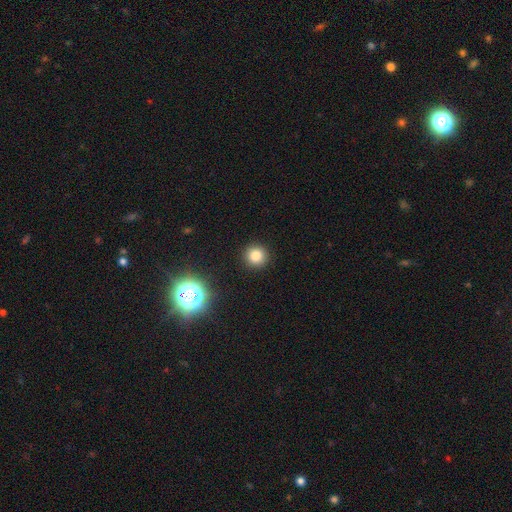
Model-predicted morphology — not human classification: smooth 80%, star or artifact 15%, featured or disk 6%. Down the decision tree: how rounded — round (94%); merging — none (92%).